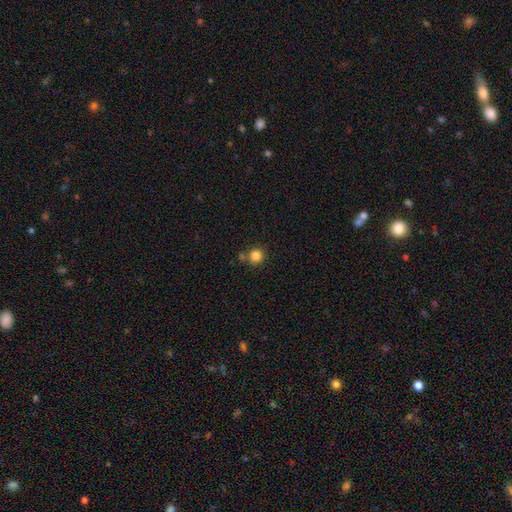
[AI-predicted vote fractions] A smooth galaxy with no disk features (84%) that is round (92%). Merging: none (72%).